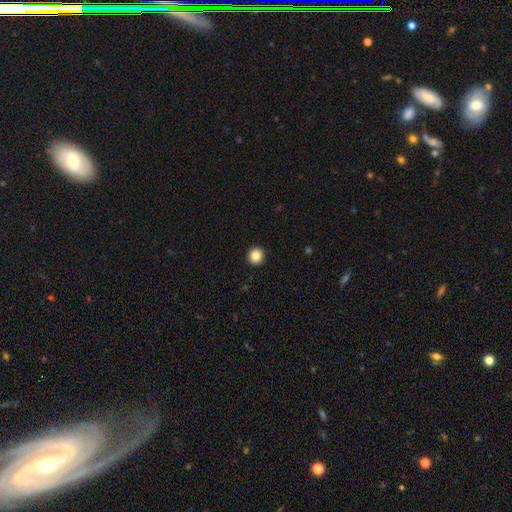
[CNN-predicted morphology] A smooth galaxy with no disk features (85%) that is round (95%).

Vote fractions:
- Smooth or featured? smooth: 85% / star or artifact: 10% / featured or disk: 5%
- How rounded? round: 95% / in between: 4% / cigar-shaped: 1%
- Merging? none: 93% / minor disturbance: 4% / major disturbance: 1% / merger: 1%